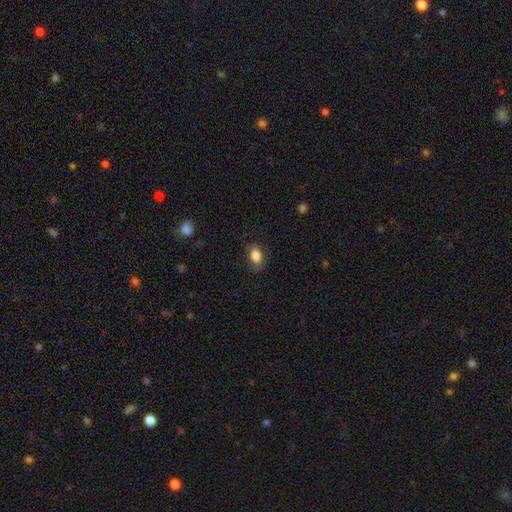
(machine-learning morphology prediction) Q: Smooth or featured?
A: smooth (85%); runner-up: star or artifact (8%)
Q: How rounded?
A: in between (89%); runner-up: round (8%)
Q: Merging?
A: none (81%); runner-up: minor disturbance (14%)